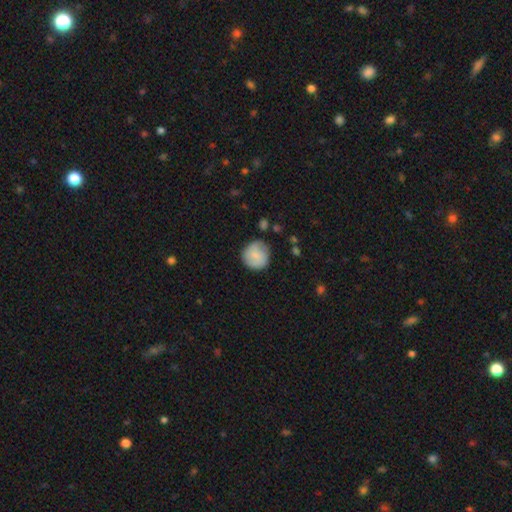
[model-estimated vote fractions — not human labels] Overall: smooth (77%). How rounded: round (91%). Merging: none (74%).